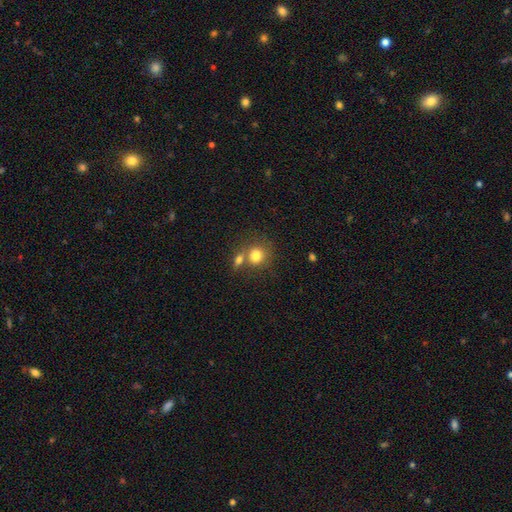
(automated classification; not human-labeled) smooth_or_featured: smooth (p=0.79) [alt: featured or disk p=0.11]
how_rounded: round (p=0.75) [alt: in between p=0.24]
merging: none (p=0.46) [alt: merger p=0.40]